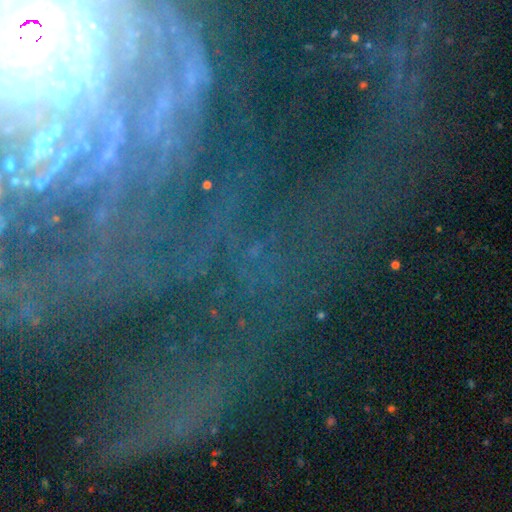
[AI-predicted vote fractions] smooth-or-featured: featured or disk: 56% | star or artifact: 31% | smooth: 13%
  disk-edge-on: no: 89% | yes: 11%
  merging: none: 59% | major disturbance: 19% | minor disturbance: 15% | merger: 6%